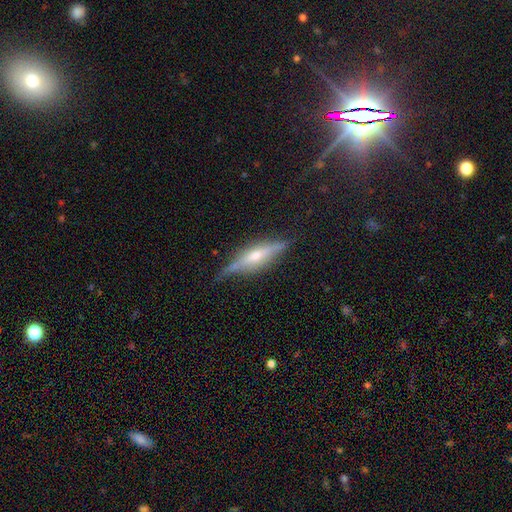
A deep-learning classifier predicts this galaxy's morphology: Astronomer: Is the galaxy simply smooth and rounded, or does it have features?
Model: featured or disk — 73%.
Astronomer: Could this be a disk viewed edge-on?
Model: yes — 93%.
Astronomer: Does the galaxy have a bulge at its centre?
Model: rounded — 79%.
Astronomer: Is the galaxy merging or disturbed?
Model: none — 76%.